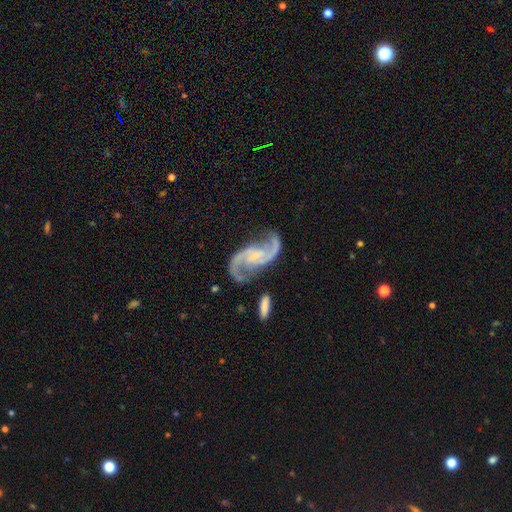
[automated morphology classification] Q: Smooth or featured?
A: featured or disk (93%); runner-up: star or artifact (4%)
Q: Edge-on disk?
A: no (98%); runner-up: yes (2%)
Q: Bar?
A: no (46%); runner-up: weak (40%)
Q: Spiral arms?
A: yes (98%); runner-up: no (2%)
Q: Spiral winding?
A: medium (47%); runner-up: loose (43%)
Q: Spiral arm count?
A: 2 (94%); runner-up: can't tell (1%)
Q: Bulge size?
A: small (67%); runner-up: none (16%)
Q: Merging?
A: none (68%); runner-up: minor disturbance (17%)